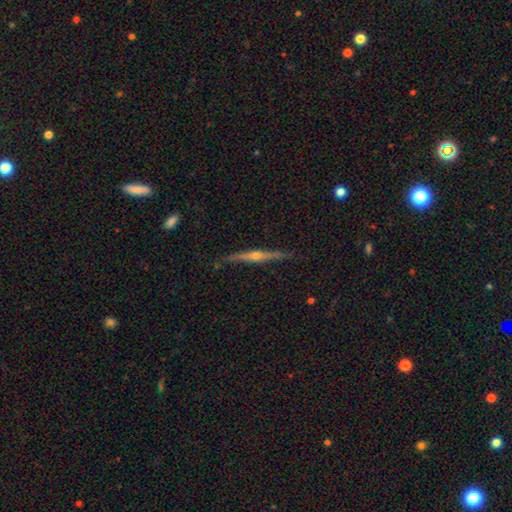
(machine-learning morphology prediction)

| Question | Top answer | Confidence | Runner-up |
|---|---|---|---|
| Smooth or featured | featured or disk | 82% | smooth (12%) |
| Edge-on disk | yes | 98% | no (2%) |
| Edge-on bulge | rounded | 91% | none (6%) |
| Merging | none | 87% | minor disturbance (10%) |